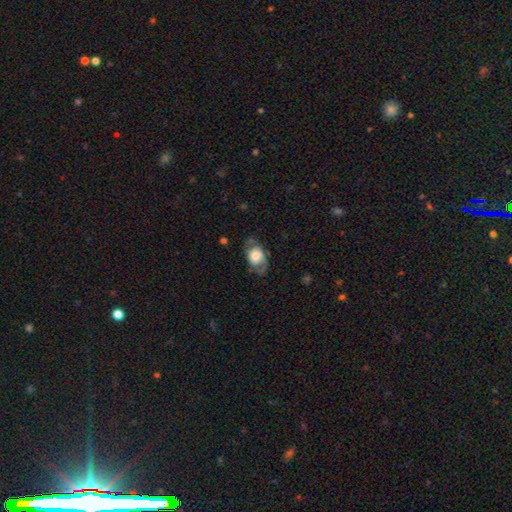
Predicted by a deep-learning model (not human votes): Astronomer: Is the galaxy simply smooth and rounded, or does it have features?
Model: featured or disk — 53% (runner-up: smooth, 40%).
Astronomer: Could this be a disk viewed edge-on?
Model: no — 88%.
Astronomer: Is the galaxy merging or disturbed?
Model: none — 71%.